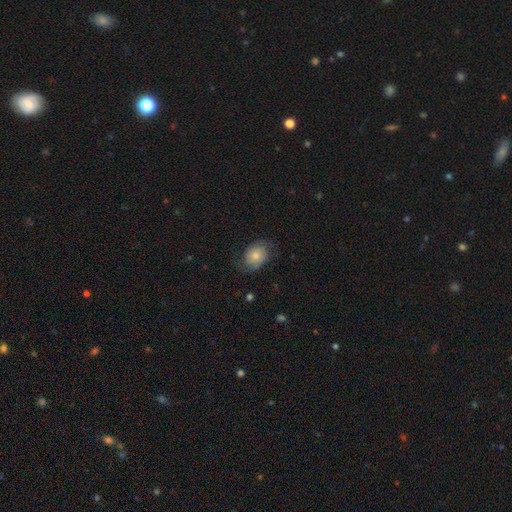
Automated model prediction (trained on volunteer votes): This appears to be a smooth galaxy with no disk features (60%) that is in between round and cigar-shaped (60%). Merging: none (65%).